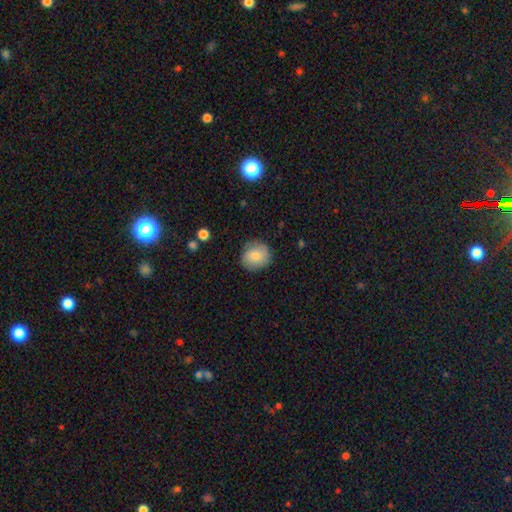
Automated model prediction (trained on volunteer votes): Morphology: type=smooth (74%); roundness=round (83%); merging=none (80%).